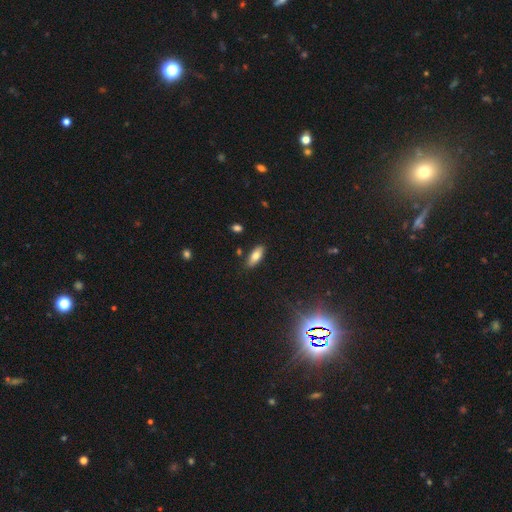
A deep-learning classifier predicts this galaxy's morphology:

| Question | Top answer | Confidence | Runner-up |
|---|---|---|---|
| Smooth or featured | smooth | 77% | featured or disk (15%) |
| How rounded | in between | 76% | cigar-shaped (21%) |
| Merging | none | 85% | minor disturbance (11%) |